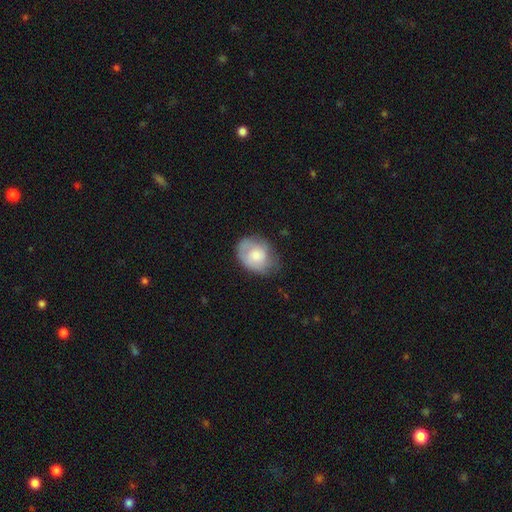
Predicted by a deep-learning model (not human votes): This is likely a smooth galaxy (68%). How rounded: likely in between (60%). Merging: possibly none (52%).